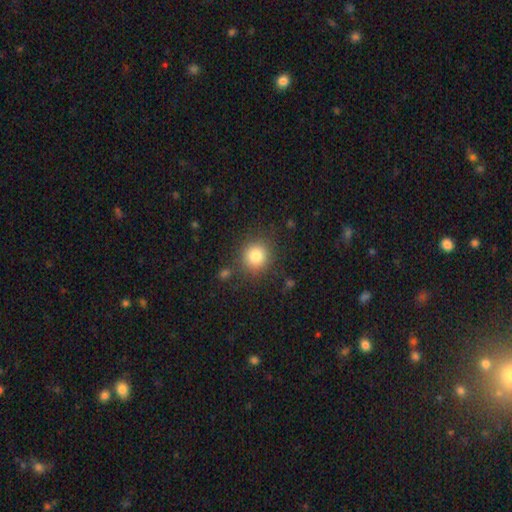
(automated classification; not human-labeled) The model was most divided on "smooth or featured": smooth: 82%, star or artifact: 11%, featured or disk: 7%. More confident: how rounded — round (89%); merging — none (85%).